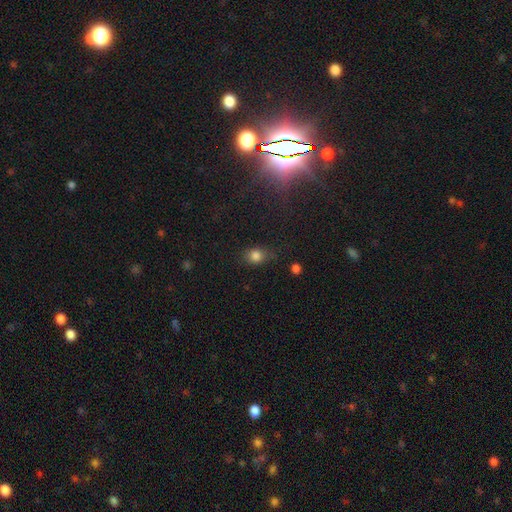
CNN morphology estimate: Overall: smooth (80%). How rounded: round (53%; in between 44%). Merging: none (66%).